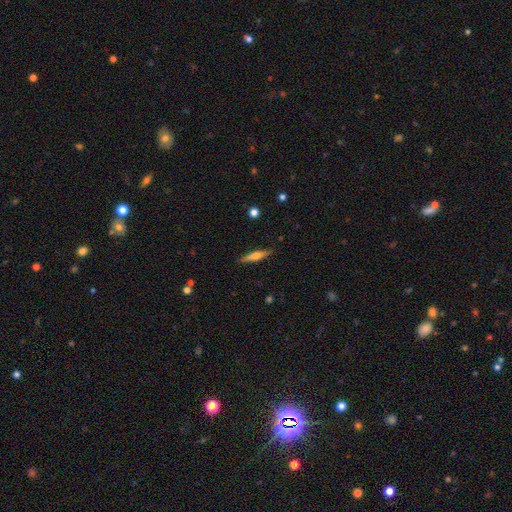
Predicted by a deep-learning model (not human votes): This appears to be a featured or disk galaxy (48%). Merging: none (88%).